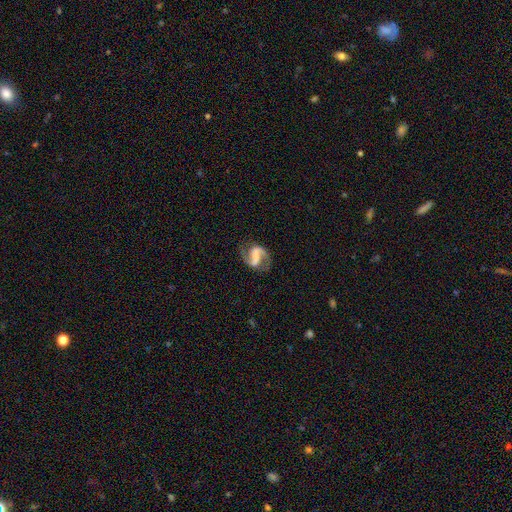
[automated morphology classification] A featured or disk galaxy (89%) with a strong bar (49%), 2 (93%) medium (50%) spiral arms (97%) and no central bulge (51%).

Vote fractions:
- Smooth or featured? featured or disk: 89% / smooth: 6% / star or artifact: 5%
- Edge-on disk? no: 98% / yes: 2%
- Bar? strong: 49% / weak: 36% / no: 15%
- Spiral arms? yes: 97% / no: 3%
- Spiral winding? medium: 50% / loose: 38% / tight: 12%
- Spiral arm count? 2: 93% / 1: 2% / can't tell: 2% / 3: 1% / 4: 1% / more than 4: 1%
- Bulge size? none: 51% / small: 23% / moderate: 16% / large: 8% / dominant: 2%
- Merging? none: 78% / minor disturbance: 14% / major disturbance: 7% / merger: 2%